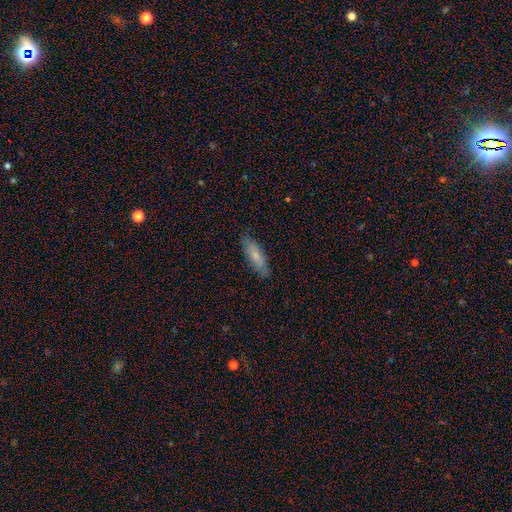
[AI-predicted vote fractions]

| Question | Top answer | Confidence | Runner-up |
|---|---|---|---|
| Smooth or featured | smooth | 70% | featured or disk (24%) |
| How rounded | cigar-shaped | 53% | in between (45%) |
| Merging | none | 79% | minor disturbance (17%) |